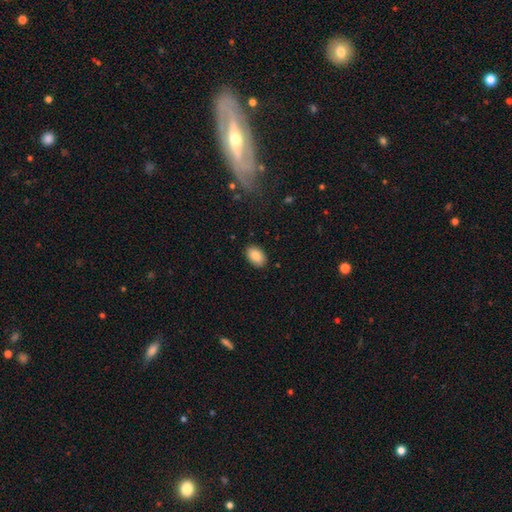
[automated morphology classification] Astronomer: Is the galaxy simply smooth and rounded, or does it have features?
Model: smooth — 87%.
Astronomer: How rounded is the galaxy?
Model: in between — 91%.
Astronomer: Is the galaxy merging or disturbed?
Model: none — 88%.